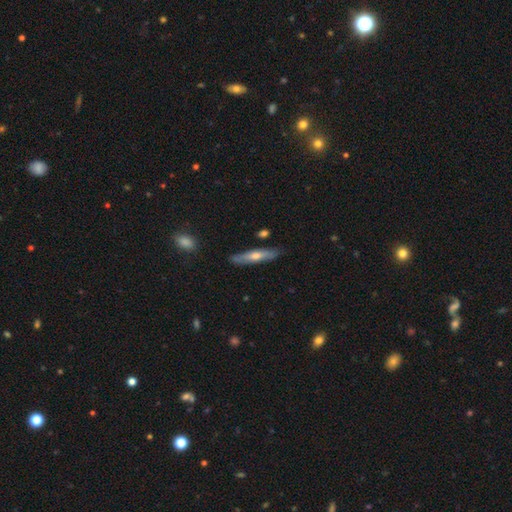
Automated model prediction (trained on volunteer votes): A featured or disk galaxy (53%) viewed edge-on (84%). Merging: none (86%).